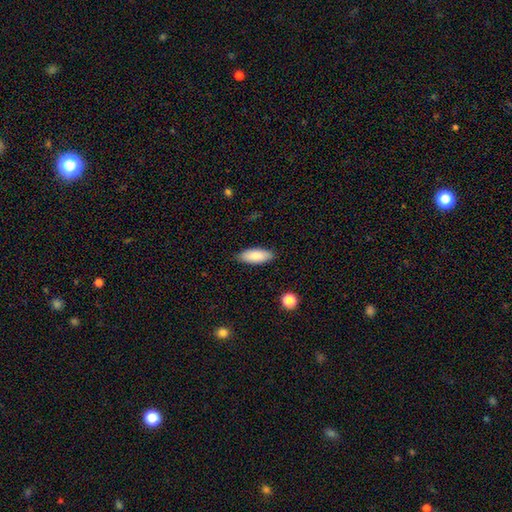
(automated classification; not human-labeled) This appears to be a smooth galaxy with no disk features (86%) that is in between round and cigar-shaped (77%). Merging: none (86%).